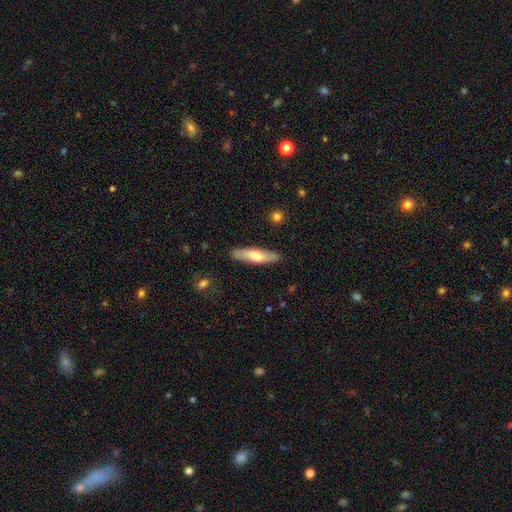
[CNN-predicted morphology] The model was most divided on "smooth or featured": smooth: 63%, featured or disk: 31%, star or artifact: 5%. More confident: merging — none (88%); how rounded — cigar-shaped (75%).